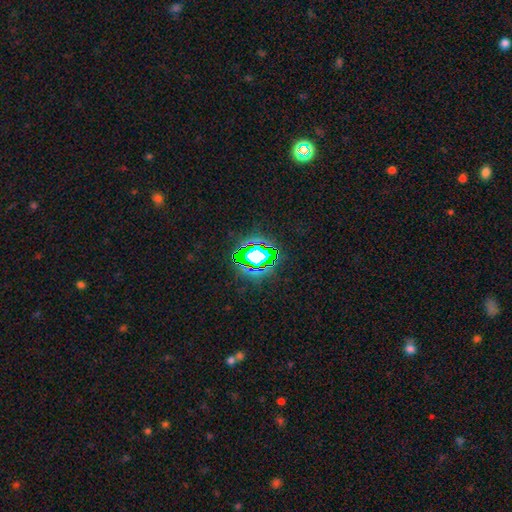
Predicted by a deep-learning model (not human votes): Smooth or featured?
  - star or artifact: 60% *
  - smooth: 26%
  - featured or disk: 14%